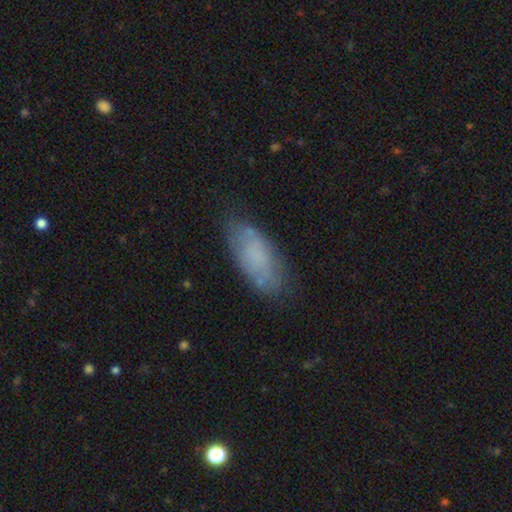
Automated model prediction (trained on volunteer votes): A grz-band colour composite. It shows a smooth galaxy with no disk features (65%) that is in between round and cigar-shaped (82%). Merging: none (70%).